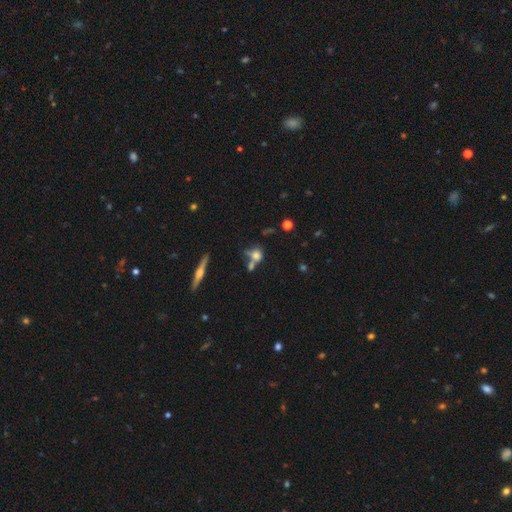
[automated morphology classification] A smooth galaxy with no disk features (63%) that is round (64%). Merging: none (43%).